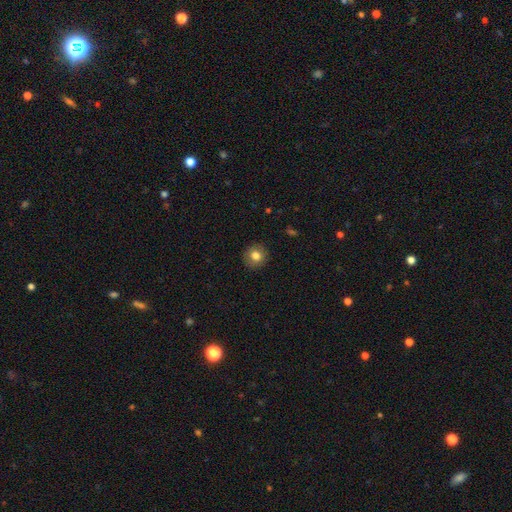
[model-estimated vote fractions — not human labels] Smooth or featured: smooth — 81% (featured or disk — 10%)
How rounded: round — 90% (in between — 9%)
Merging: none — 90% (minor disturbance — 7%)